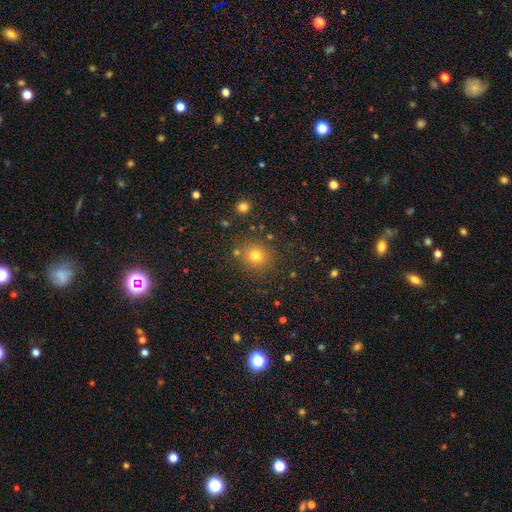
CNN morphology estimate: smooth-or-featured: smooth: 77% | star or artifact: 16% | featured or disk: 7%
  how-rounded: round: 85% | in between: 14% | cigar-shaped: 1%
  merging: none: 84% | minor disturbance: 9% | merger: 4% | major disturbance: 3%